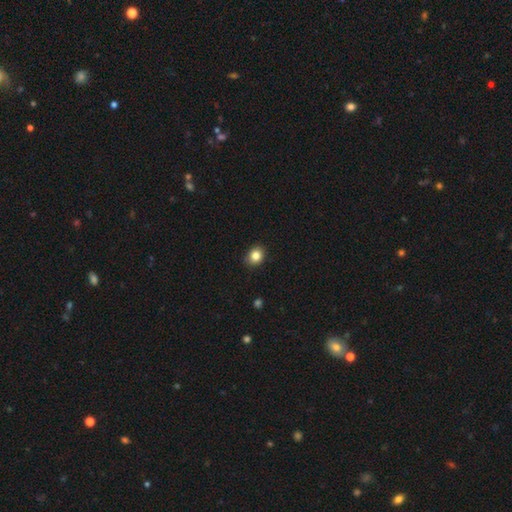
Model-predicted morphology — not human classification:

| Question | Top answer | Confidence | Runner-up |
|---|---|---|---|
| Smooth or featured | smooth | 85% | star or artifact (10%) |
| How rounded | round | 64% | in between (35%) |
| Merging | none | 87% | minor disturbance (10%) |